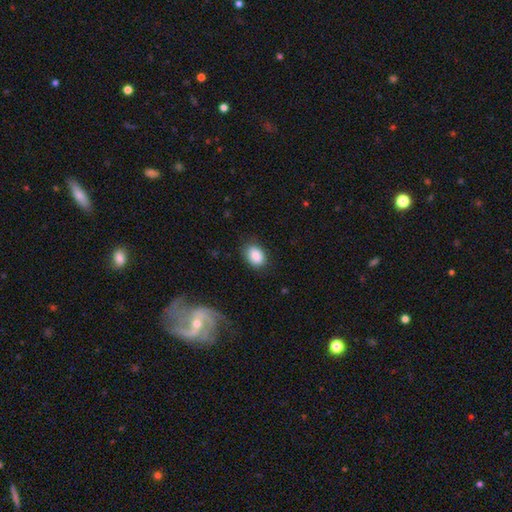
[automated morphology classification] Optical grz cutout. It shows a smooth galaxy with no disk features (88%) that is in between round and cigar-shaped (79%). Merging: none (80%).